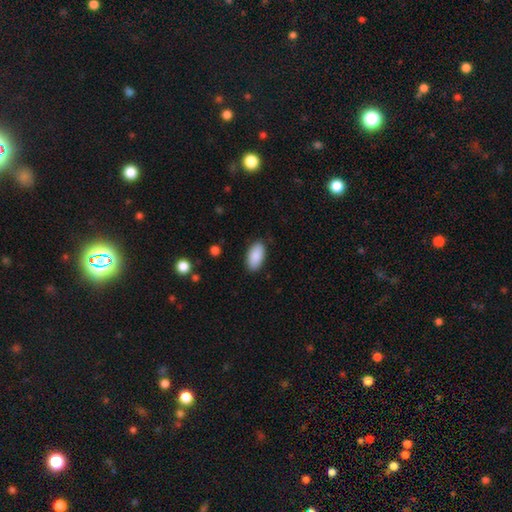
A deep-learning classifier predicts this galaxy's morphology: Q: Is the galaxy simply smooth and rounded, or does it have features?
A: smooth — 89%.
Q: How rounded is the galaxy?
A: in between — 95%.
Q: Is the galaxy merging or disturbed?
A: none — 88%.